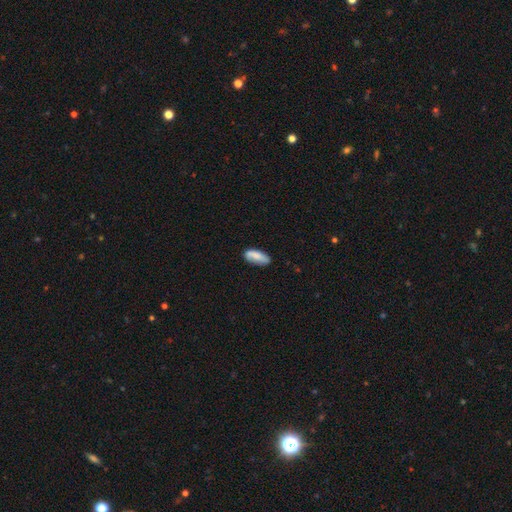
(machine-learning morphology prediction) Q: Smooth or featured?
A: smooth (80%); runner-up: featured or disk (14%)
Q: How rounded?
A: in between (79%); runner-up: cigar-shaped (19%)
Q: Merging?
A: none (72%); runner-up: minor disturbance (21%)